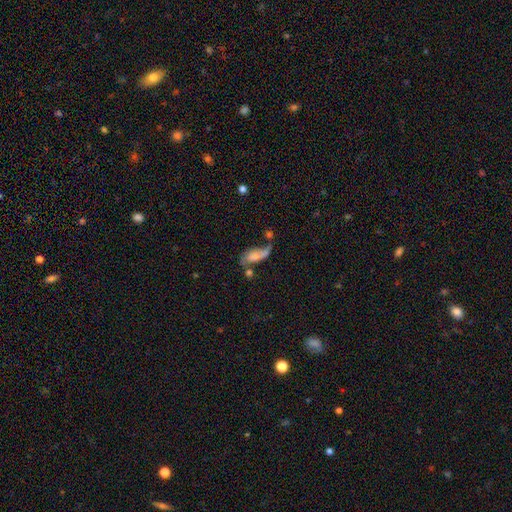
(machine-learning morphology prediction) Smooth or featured?
  - smooth: 56% *
  - featured or disk: 34%
  - star or artifact: 10%
How rounded?
  - in between: 77% *
  - cigar-shaped: 18%
  - round: 5%
Merging?
  - none: 28% *
  - merger: 25%
  - major disturbance: 24%
  - minor disturbance: 22%